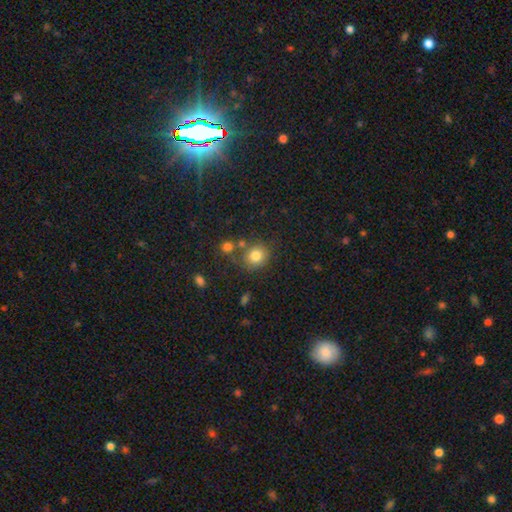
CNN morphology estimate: smooth_or_featured: smooth (p=0.79) [alt: star or artifact p=0.12]
how_rounded: round (p=0.80) [alt: in between p=0.19]
merging: none (p=0.68) [alt: merger p=0.14]